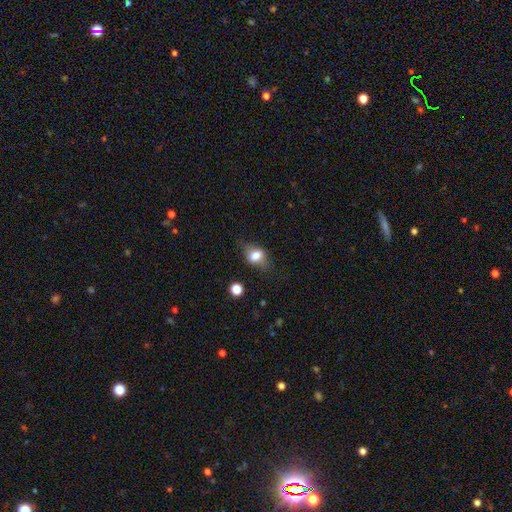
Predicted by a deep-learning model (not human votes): A smooth galaxy with no disk features (72%) that is in between round and cigar-shaped (74%). Merging: none (65%).